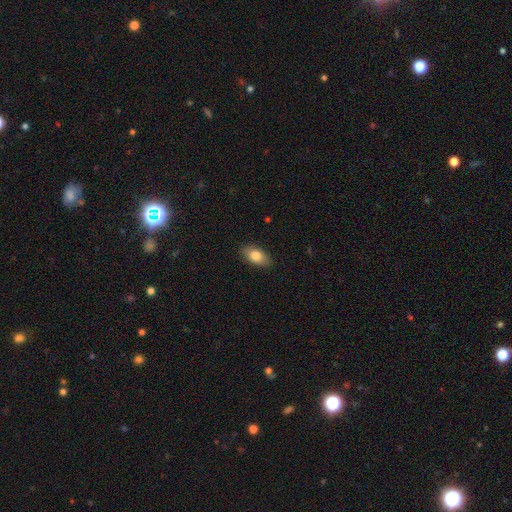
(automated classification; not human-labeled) A smooth galaxy with no disk features (82%) that is in between round and cigar-shaped (91%). Merging: none (87%).